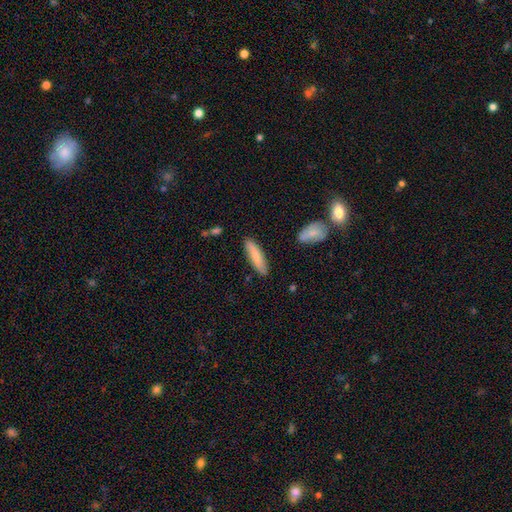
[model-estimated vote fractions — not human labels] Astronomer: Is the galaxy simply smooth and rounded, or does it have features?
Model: smooth — 78%.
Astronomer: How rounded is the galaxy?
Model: cigar-shaped — 75%.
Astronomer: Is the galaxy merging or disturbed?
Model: none — 85%.